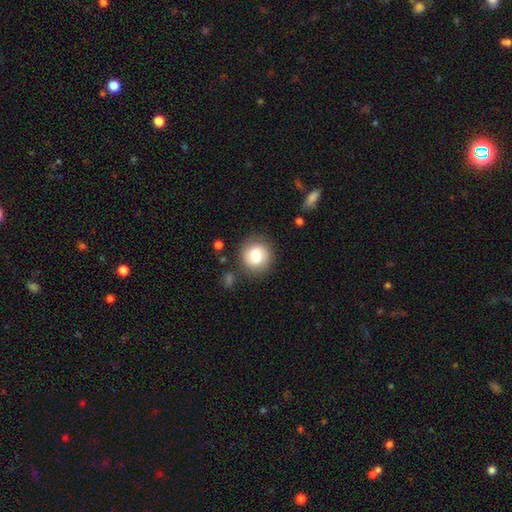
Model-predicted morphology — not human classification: Smooth or featured? Predicted: smooth (p=0.73). How rounded? Predicted: round (p=0.86). Merging? Predicted: none (p=0.81).